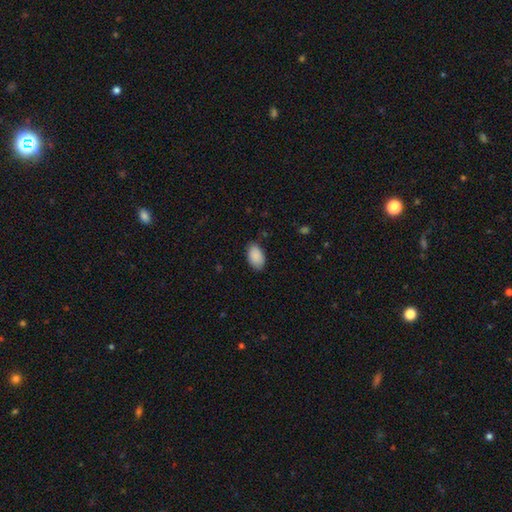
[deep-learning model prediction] Overall: smooth (90%). How rounded: in between (94%). Merging: none (82%).